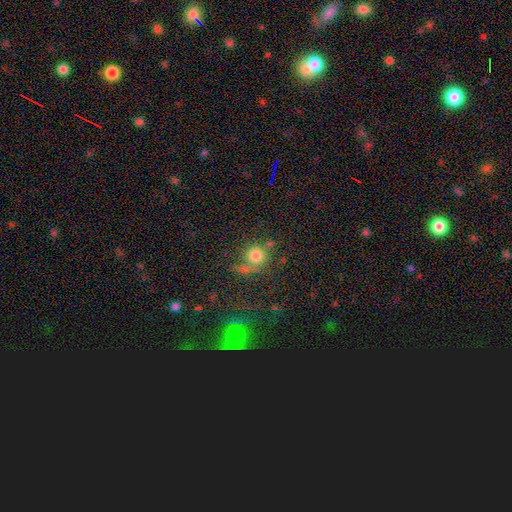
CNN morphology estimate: Smooth or featured? Predicted: smooth (p=0.75). How rounded? Predicted: round (p=0.89). Merging? Predicted: none (p=0.56).